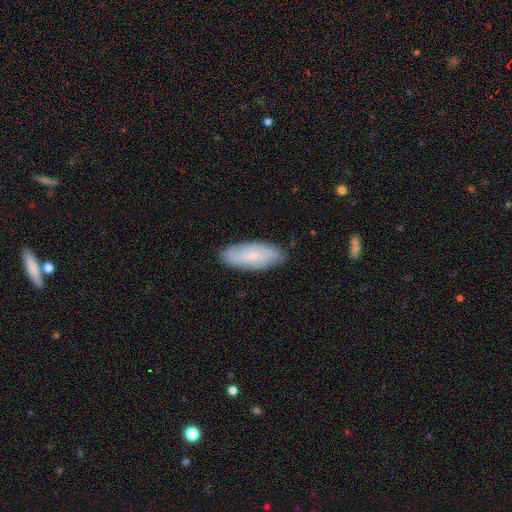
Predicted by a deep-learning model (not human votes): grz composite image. It shows a smooth galaxy with no disk features (51%) that is in between round and cigar-shaped (70%). Merging: none (83%).